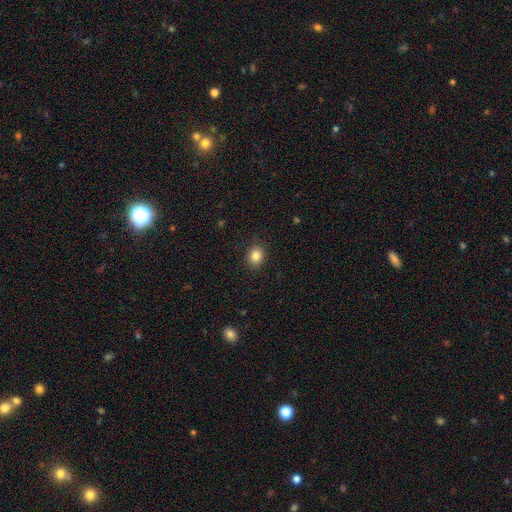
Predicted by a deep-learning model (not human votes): This appears to be a smooth galaxy with no disk features (85%) that is round (63%). Merging: none (88%).